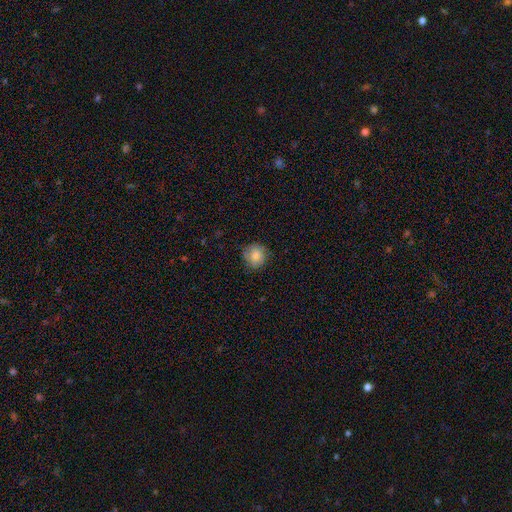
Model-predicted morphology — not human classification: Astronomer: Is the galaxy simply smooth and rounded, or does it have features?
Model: smooth — 81%.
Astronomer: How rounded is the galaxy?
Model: round — 87%.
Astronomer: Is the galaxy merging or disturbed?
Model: none — 80%.